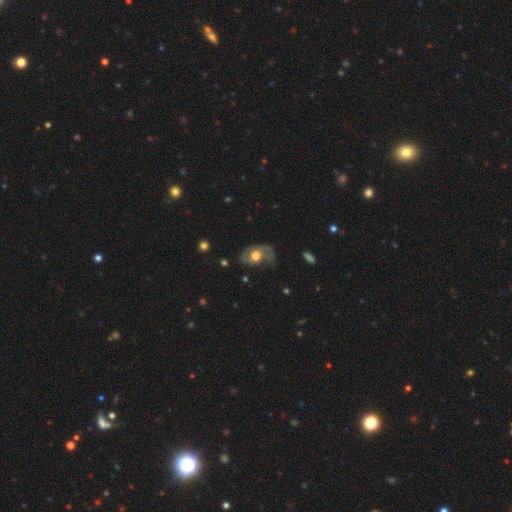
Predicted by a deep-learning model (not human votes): featured or disk 66%, smooth 28%, star or artifact 6%. Down the decision tree: edge-on disk — no (95%); bar — no (76%); spiral arms — yes (76%); bulge size — moderate (51%); merging — none (56%).